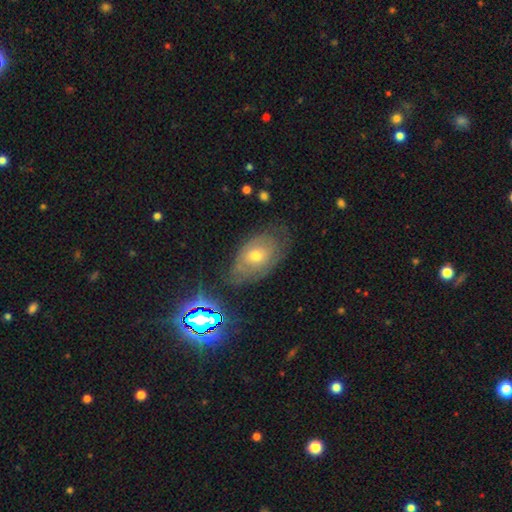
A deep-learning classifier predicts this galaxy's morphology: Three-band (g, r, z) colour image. It shows a featured or disk galaxy (51%). Merging: none (58%).